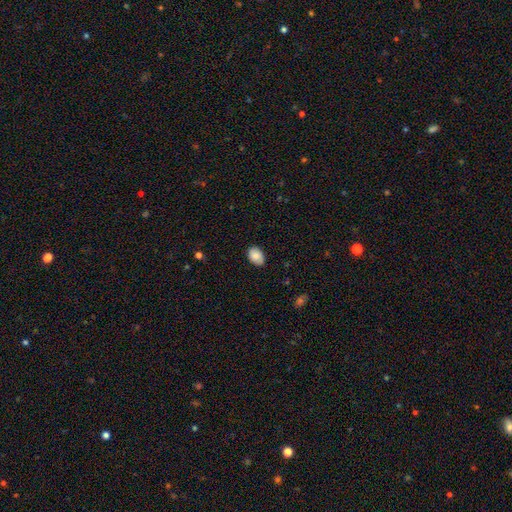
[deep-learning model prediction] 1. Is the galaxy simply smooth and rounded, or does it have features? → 85% smooth, 8% featured or disk, 7% star or artifact.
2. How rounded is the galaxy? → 80% in between, 19% round, 1% cigar-shaped.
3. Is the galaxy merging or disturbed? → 84% none, 13% minor disturbance, 2% major disturbance, 1% merger.